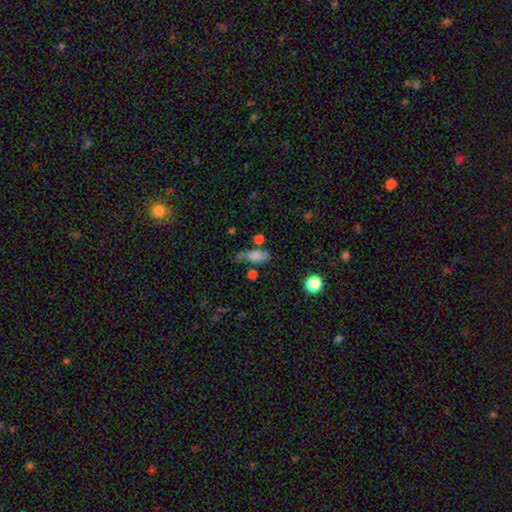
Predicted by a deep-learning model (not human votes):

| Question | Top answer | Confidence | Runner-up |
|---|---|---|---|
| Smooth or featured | smooth | 78% | featured or disk (11%) |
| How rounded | in between | 83% | cigar-shaped (10%) |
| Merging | none | 44% | minor disturbance (28%) |